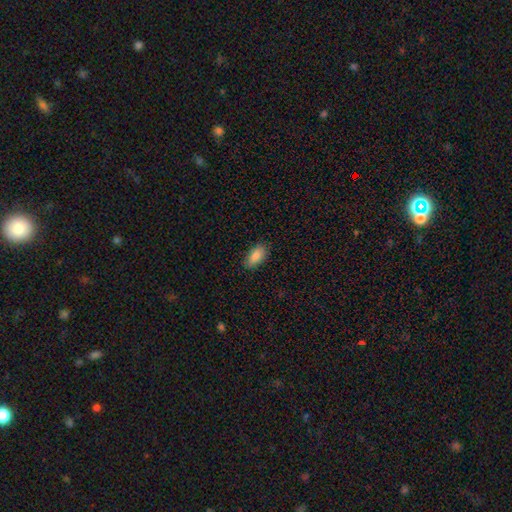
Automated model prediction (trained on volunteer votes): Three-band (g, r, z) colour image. It shows a smooth galaxy with no disk features (86%) that is in between round and cigar-shaped (91%). Merging: none (83%).